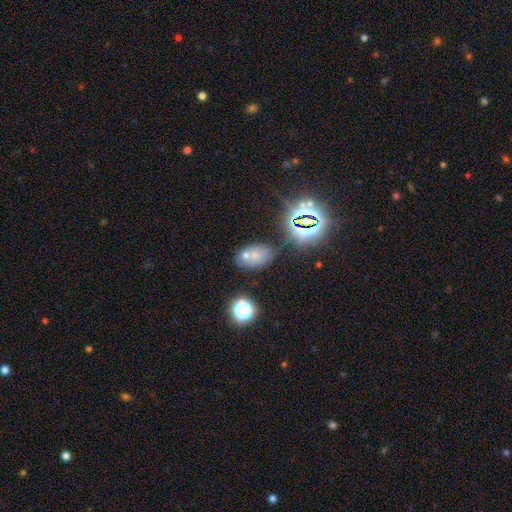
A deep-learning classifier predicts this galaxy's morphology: The model was most divided on "merging": none: 55%, merger: 26%, minor disturbance: 14%, major disturbance: 5%. More confident: how rounded — in between (84%); smooth or featured — smooth (59%).